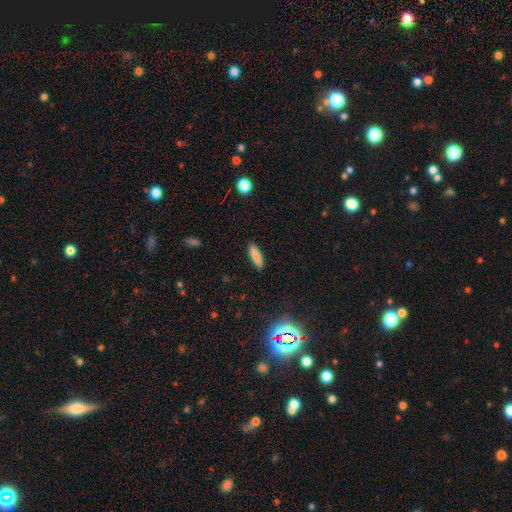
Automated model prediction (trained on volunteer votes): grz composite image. It shows a smooth galaxy with no disk features (84%) that is cigar-shaped (65%). Merging: none (89%).